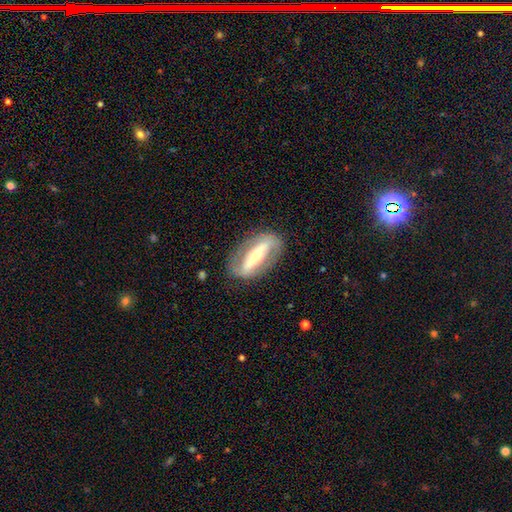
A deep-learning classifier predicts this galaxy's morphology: Smooth or featured?
  - featured or disk: 74% *
  - smooth: 20%
  - star or artifact: 5%
Edge-on disk?
  - no: 69% *
  - yes: 31%
Bar?
  - strong: 78% *
  - weak: 12%
  - no: 10%
Spiral arms?
  - no: 56% *
  - yes: 44%
Bulge size?
  - moderate: 57% *
  - small: 26%
  - large: 12%
  - dominant: 3%
  - none: 2%
Merging?
  - none: 80% *
  - minor disturbance: 12%
  - major disturbance: 6%
  - merger: 1%